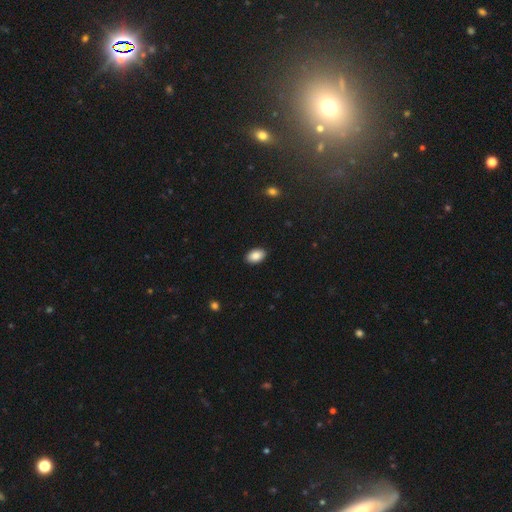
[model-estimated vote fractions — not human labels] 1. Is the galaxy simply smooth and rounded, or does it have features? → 89% smooth, 7% star or artifact, 4% featured or disk.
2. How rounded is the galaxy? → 90% in between, 9% round, 1% cigar-shaped.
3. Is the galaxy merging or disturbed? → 90% none, 7% minor disturbance, 2% major disturbance, 1% merger.